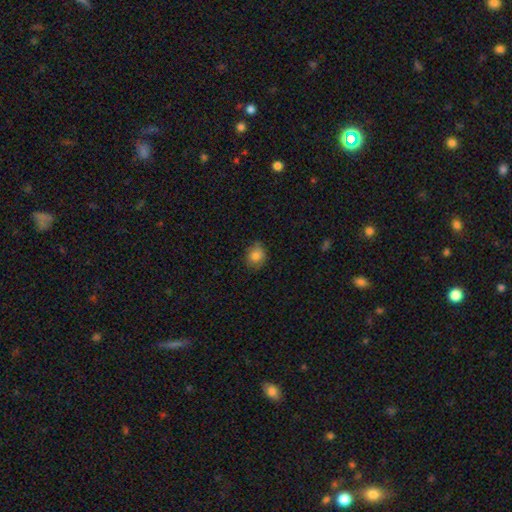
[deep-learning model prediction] Q: Smooth or featured?
A: smooth (82%); runner-up: star or artifact (10%)
Q: How rounded?
A: round (67%); runner-up: in between (32%)
Q: Merging?
A: none (76%); runner-up: minor disturbance (20%)